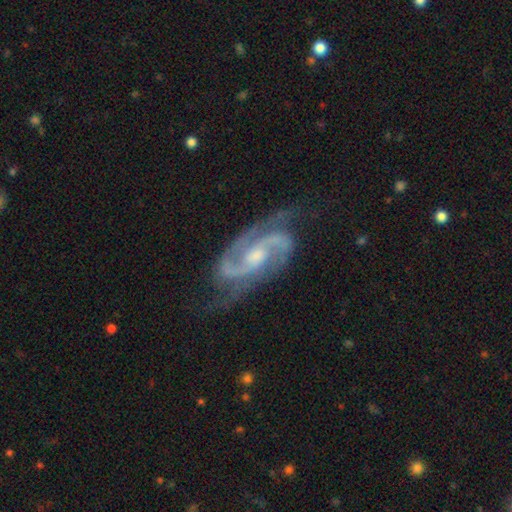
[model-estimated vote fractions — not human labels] Morphology: type=featured or disk (93%); edge-on=no (97%); bar=weak (44%); spiral arms=yes (98%); winding=medium (60%); arm count=2 (89%); bulge=moderate (51%); merging=none (70%).